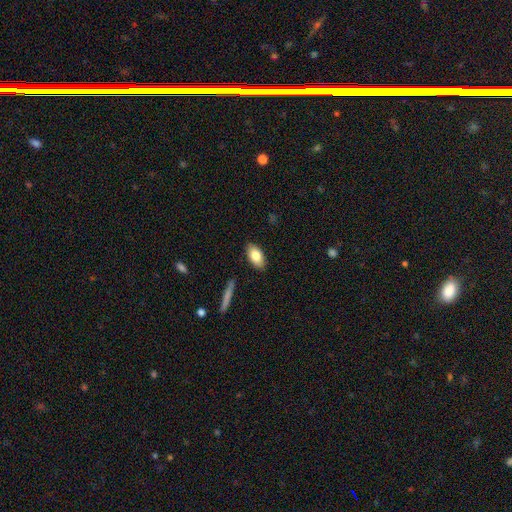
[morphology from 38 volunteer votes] smooth_or_featured: smooth (p=0.74) [alt: featured or disk p=0.18]
how_rounded: in between (p=0.86) [alt: cigar-shaped p=0.11]
merging: none (p=0.86) [alt: minor disturbance p=0.09]